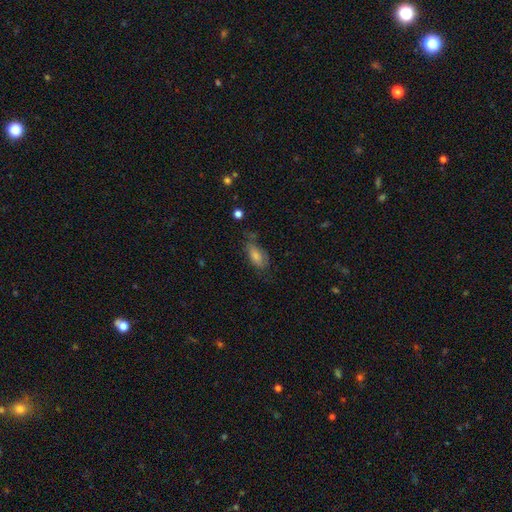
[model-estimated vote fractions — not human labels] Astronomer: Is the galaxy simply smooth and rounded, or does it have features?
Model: smooth — 59%.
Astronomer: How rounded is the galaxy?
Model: in between — 84%.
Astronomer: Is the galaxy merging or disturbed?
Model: none — 61%.